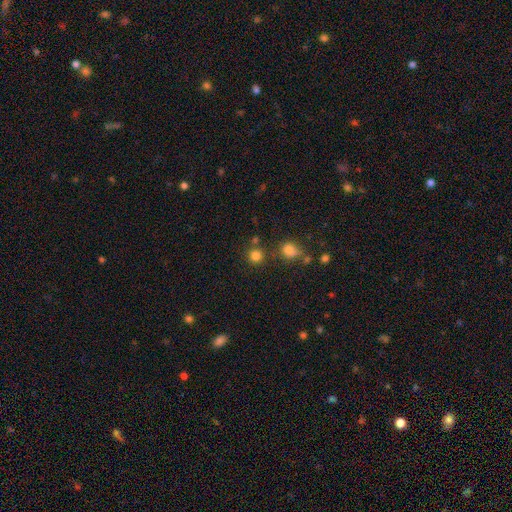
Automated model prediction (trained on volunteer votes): Smooth or featured? smooth (80%)
How rounded? round (91%)
Merging? none (76%)